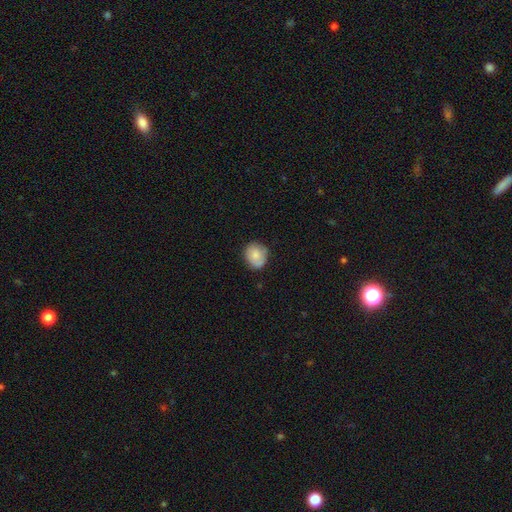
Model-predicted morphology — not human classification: This is likely a smooth galaxy (77%). How rounded: likely round (74%). Merging: likely none (74%).